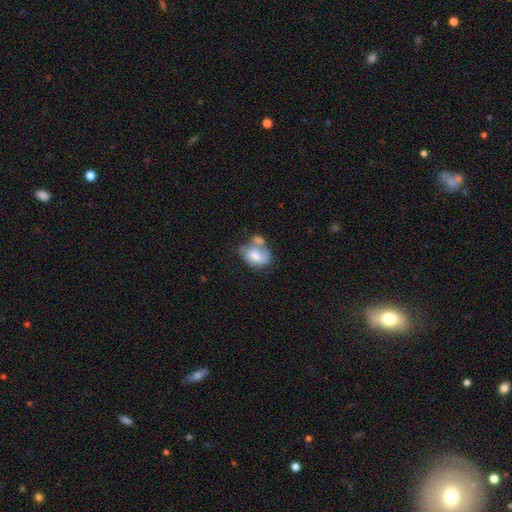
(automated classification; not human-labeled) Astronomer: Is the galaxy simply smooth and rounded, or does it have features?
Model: smooth — 54% (runner-up: featured or disk, 38%).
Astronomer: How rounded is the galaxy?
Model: in between — 73%.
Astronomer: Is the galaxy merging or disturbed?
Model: merger — 39% (runner-up: none, 23%).